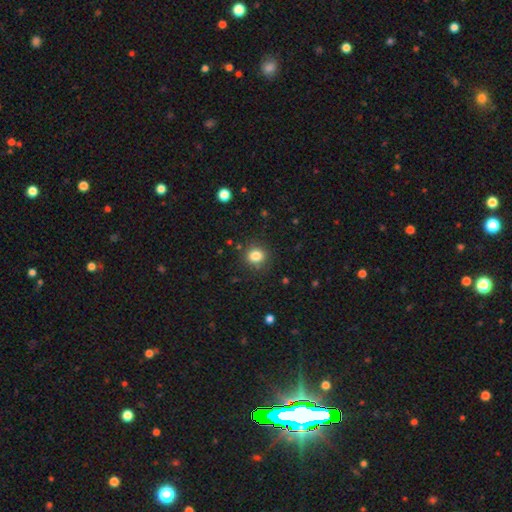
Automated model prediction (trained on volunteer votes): Overall: smooth (83%). How rounded: round (81%). Merging: none (87%).